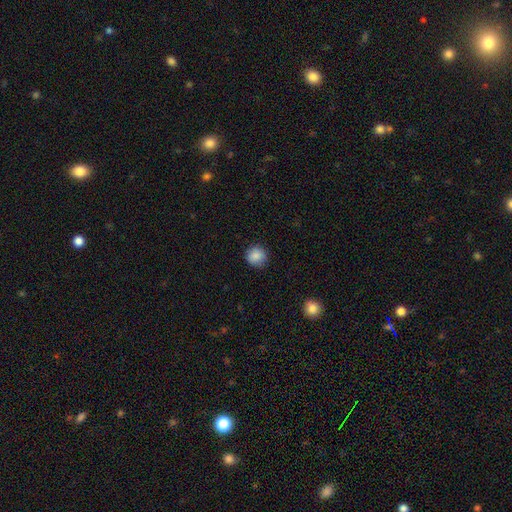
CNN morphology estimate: smooth_or_featured: smooth (p=0.87) [alt: star or artifact p=0.09]
how_rounded: round (p=0.92) [alt: in between p=0.08]
merging: none (p=0.88) [alt: minor disturbance p=0.09]